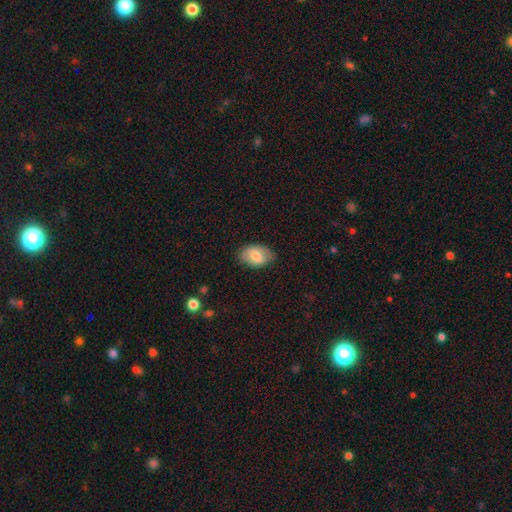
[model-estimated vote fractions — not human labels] smooth-or-featured: smooth: 76% | featured or disk: 17% | star or artifact: 7%
  how-rounded: in between: 87% | round: 12% | cigar-shaped: 1%
  merging: none: 77% | minor disturbance: 18% | major disturbance: 4% | merger: 1%